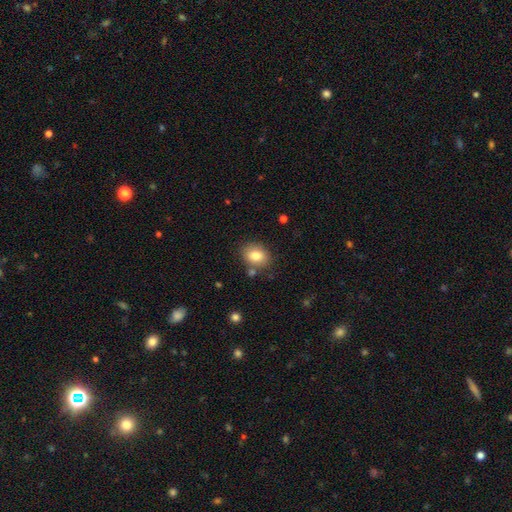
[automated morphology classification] This appears to be a smooth galaxy with no disk features (81%) that is in between round and cigar-shaped (54%). Merging: none (78%).